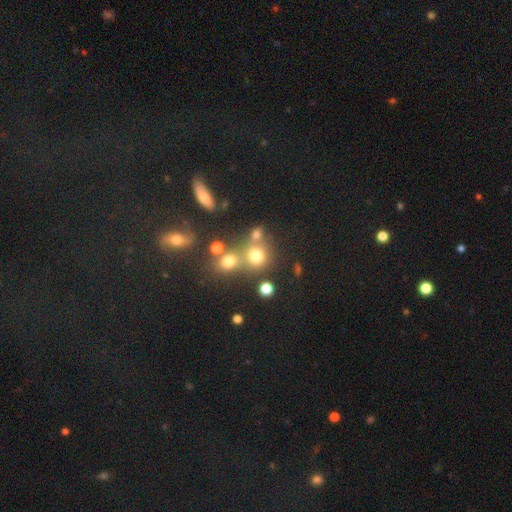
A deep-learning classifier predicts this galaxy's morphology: Overall: smooth (71%). How rounded: round (83%). Merging: none (53%; merger 31%).